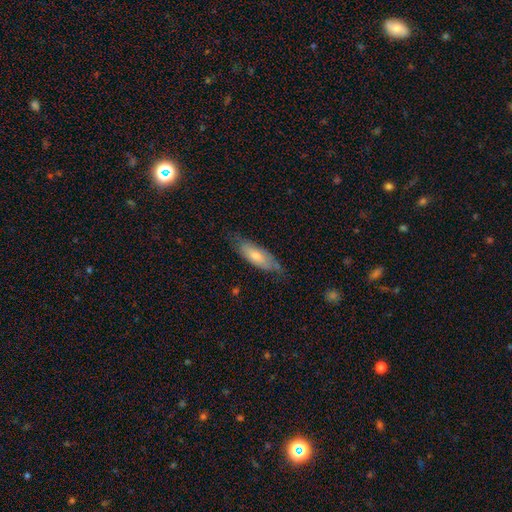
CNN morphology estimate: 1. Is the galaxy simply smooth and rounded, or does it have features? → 57% smooth, 37% featured or disk, 6% star or artifact.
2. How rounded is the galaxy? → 56% in between, 42% cigar-shaped, 2% round.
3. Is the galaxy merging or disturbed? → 69% none, 24% minor disturbance, 6% major disturbance, 1% merger.